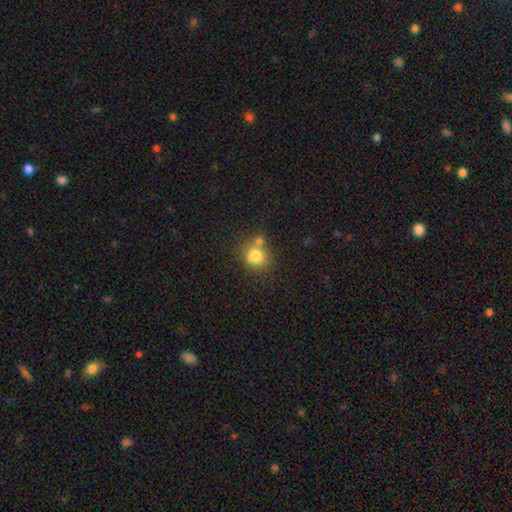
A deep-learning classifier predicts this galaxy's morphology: A smooth galaxy with no disk features (76%) that is round (76%). Merging: none (51%).